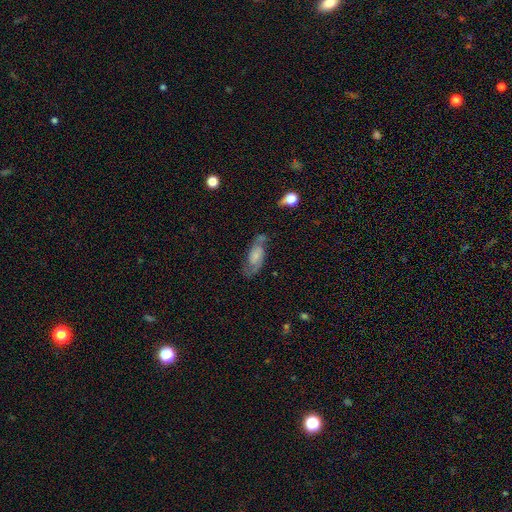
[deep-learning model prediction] Smooth or featured?
  - featured or disk: 62% *
  - smooth: 30%
  - star or artifact: 8%
Edge-on disk?
  - no: 93% *
  - yes: 7%
Bar?
  - no: 59% *
  - weak: 33%
  - strong: 8%
Spiral arms?
  - yes: 88% *
  - no: 12%
Spiral winding?
  - medium: 47% *
  - loose: 29%
  - tight: 24%
Spiral arm count?
  - 2: 82% *
  - can't tell: 9%
  - 1: 6%
  - 3: 1%
  - 4: 1%
  - more than 4: 1%
Bulge size?
  - small: 38% *
  - none: 27%
  - moderate: 23%
  - large: 10%
  - dominant: 2%
Merging?
  - none: 55% *
  - minor disturbance: 24%
  - major disturbance: 14%
  - merger: 7%